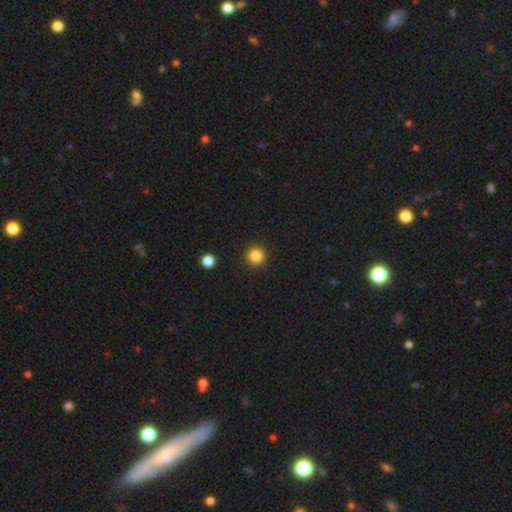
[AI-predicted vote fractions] Smooth or featured: smooth — 85% (star or artifact — 11%)
How rounded: round — 95% (in between — 4%)
Merging: none — 92% (minor disturbance — 5%)